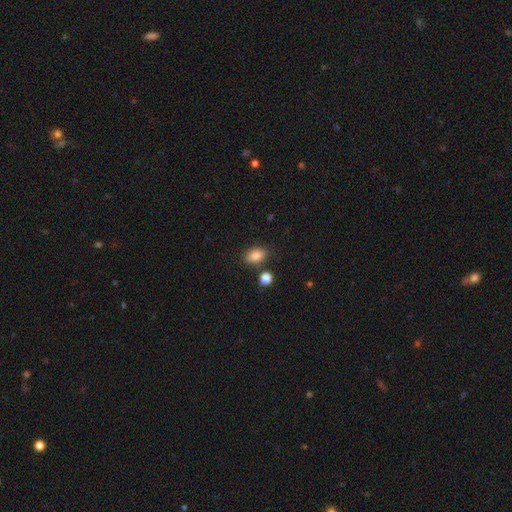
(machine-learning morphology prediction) This is clearly a smooth galaxy (84%). How rounded: clearly in between (84%). Merging: likely none (77%).